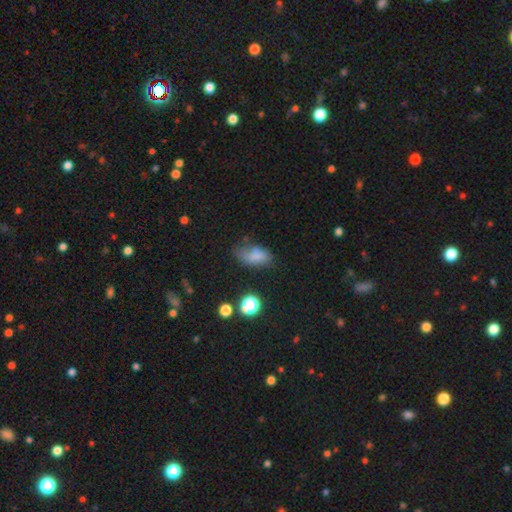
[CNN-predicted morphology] A smooth galaxy with no disk features (70%) that is in between round and cigar-shaped (88%). Merging: none (47%).